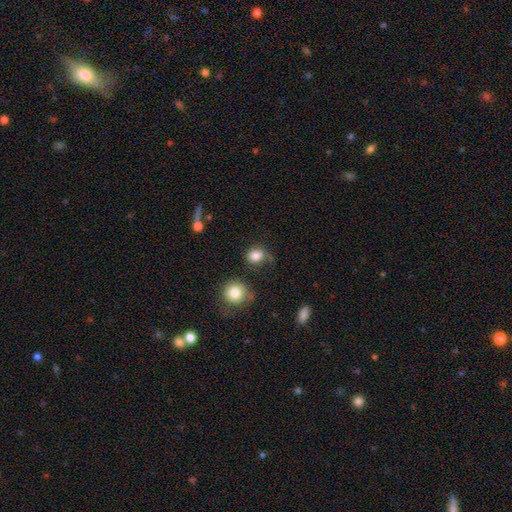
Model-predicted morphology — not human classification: This appears to be a smooth galaxy with no disk features (84%) that is round (61%). Merging: none (62%).